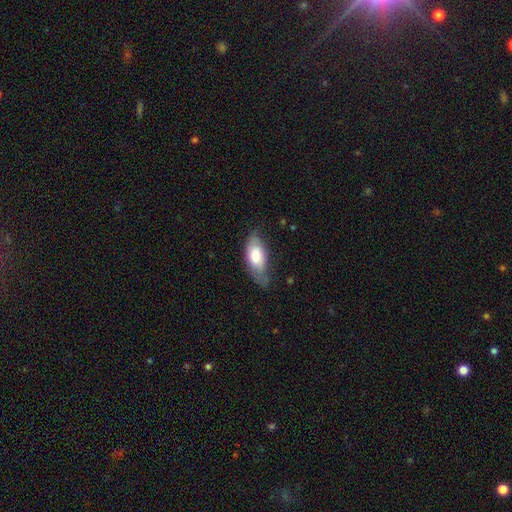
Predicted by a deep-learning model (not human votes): Smooth or featured? smooth (70%)
How rounded? in between (86%)
Merging? none (47%)